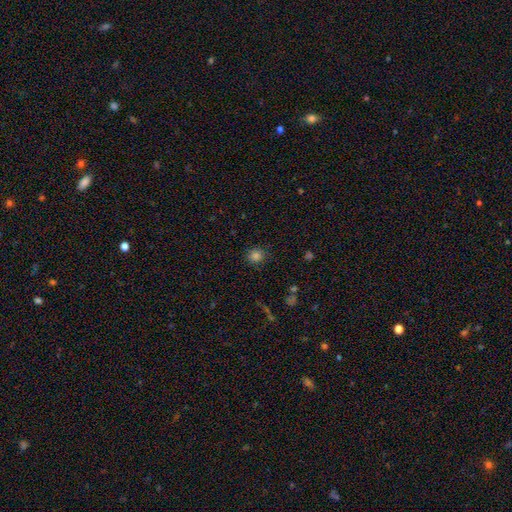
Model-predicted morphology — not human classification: Smooth or featured? Predicted: smooth (p=0.80). How rounded? Predicted: round (p=0.85). Merging? Predicted: none (p=0.86).